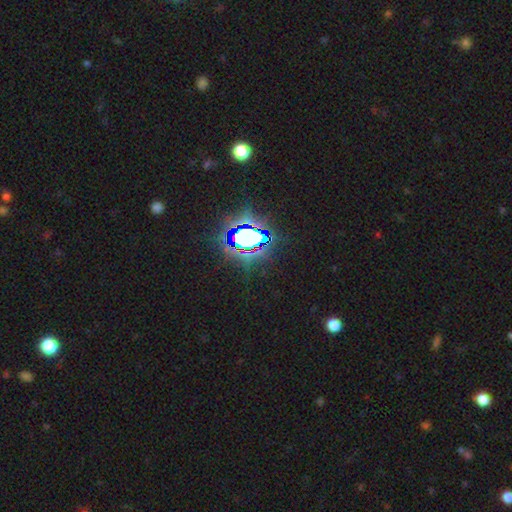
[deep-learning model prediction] Morphology: type=star or artifact (83%).